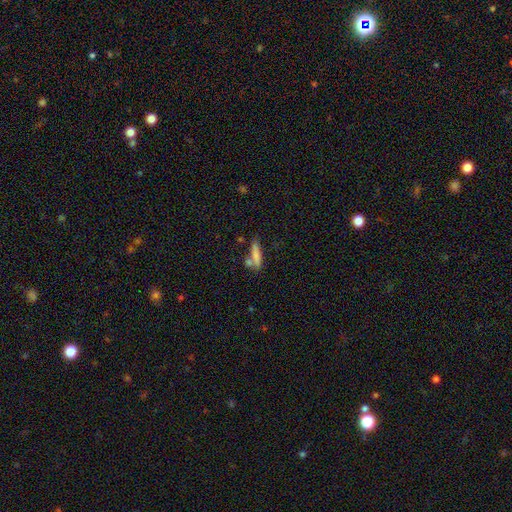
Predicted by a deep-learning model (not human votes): Overall: smooth (75%). How rounded: cigar-shaped (72%). Merging: none (53%; merger 25%).